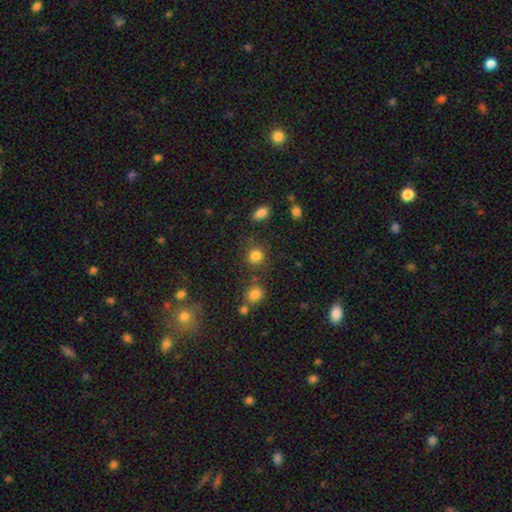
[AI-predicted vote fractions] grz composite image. It shows a smooth galaxy with no disk features (82%) that is round (83%). Merging: none (76%).